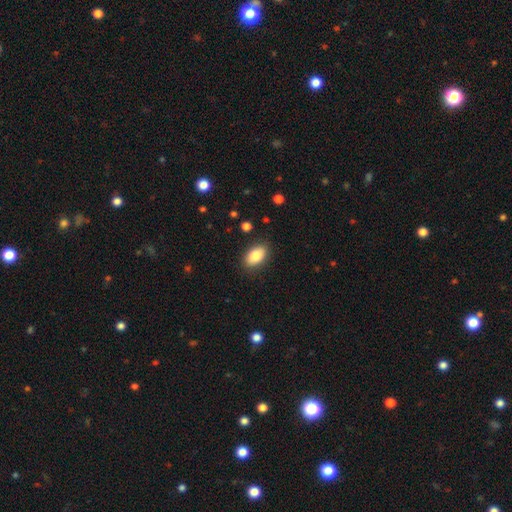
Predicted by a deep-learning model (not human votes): smooth 85%, featured or disk 8%, star or artifact 7%. Down the decision tree: how rounded — in between (91%); merging — none (87%).